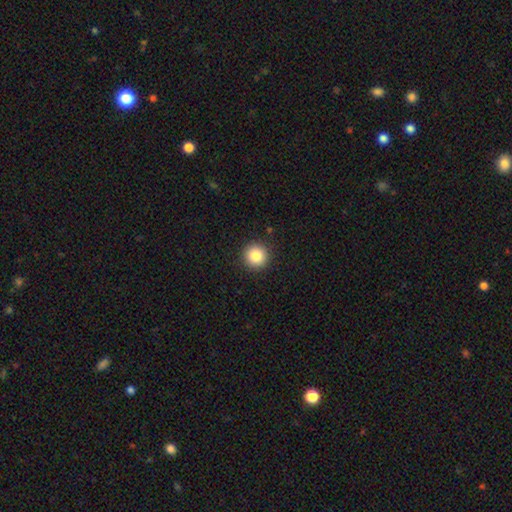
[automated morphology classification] smooth_or_featured: smooth (p=0.85) [alt: star or artifact p=0.10]
how_rounded: round (p=0.95) [alt: in between p=0.04]
merging: none (p=0.92) [alt: minor disturbance p=0.05]